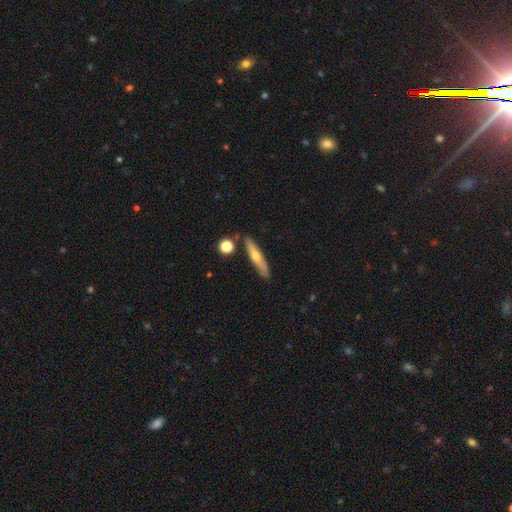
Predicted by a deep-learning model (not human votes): This is possibly a featured or disk galaxy (49%). Merging: clearly none (82%).